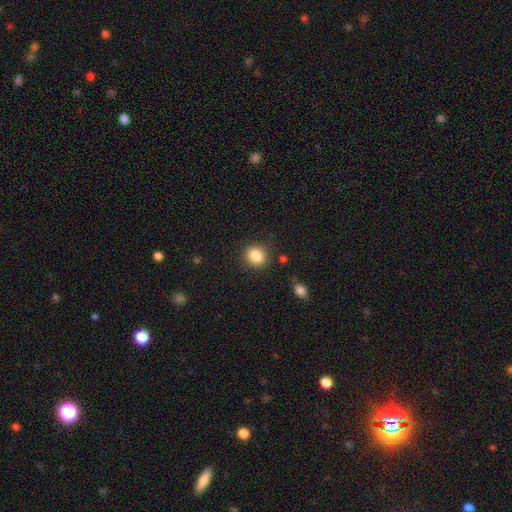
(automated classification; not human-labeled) smooth_or_featured: smooth (p=0.86) [alt: star or artifact p=0.10]
how_rounded: round (p=0.76) [alt: in between p=0.23]
merging: none (p=0.86) [alt: minor disturbance p=0.09]